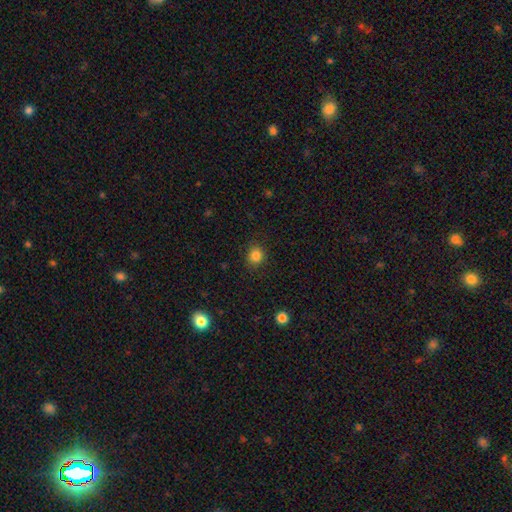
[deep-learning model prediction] This appears to be a smooth galaxy with no disk features (84%) that is round (82%). Merging: none (88%).